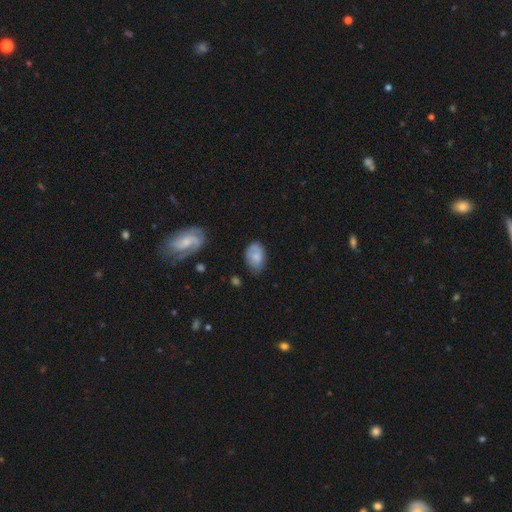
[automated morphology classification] Overall: smooth (72%). How rounded: in between (87%). Merging: none (58%; minor disturbance 31%).